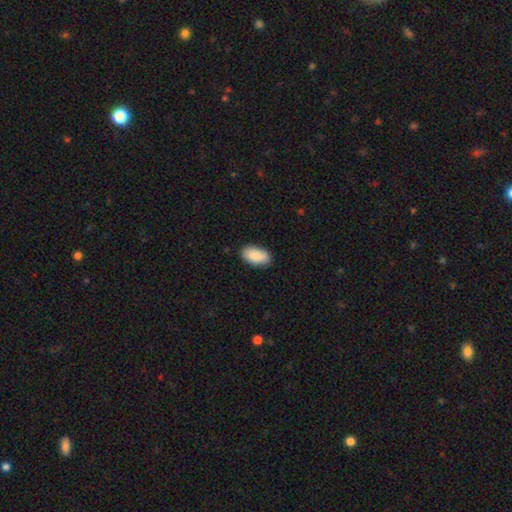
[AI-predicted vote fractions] smooth_or_featured: smooth (p=0.90) [alt: star or artifact p=0.06]
how_rounded: in between (p=0.95) [alt: round p=0.03]
merging: none (p=0.87) [alt: minor disturbance p=0.10]